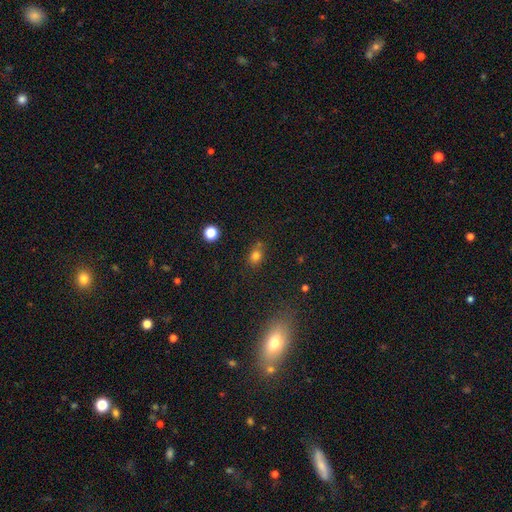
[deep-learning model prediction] This is likely a smooth galaxy (78%). How rounded: possibly in between (52%). Merging: likely none (68%).